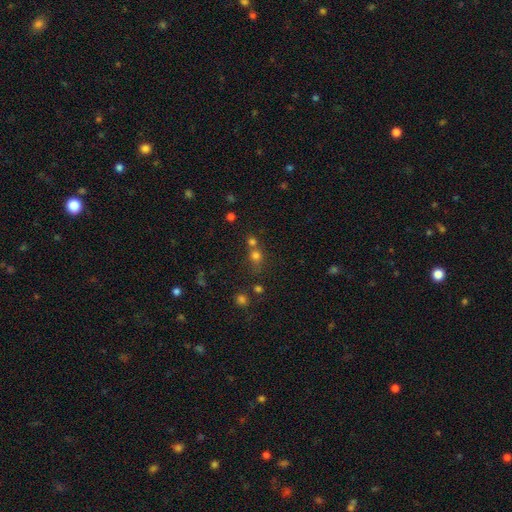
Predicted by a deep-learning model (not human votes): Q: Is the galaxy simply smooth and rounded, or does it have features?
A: smooth — 71%.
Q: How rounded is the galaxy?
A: round — 78%.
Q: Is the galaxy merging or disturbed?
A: none — 45%.